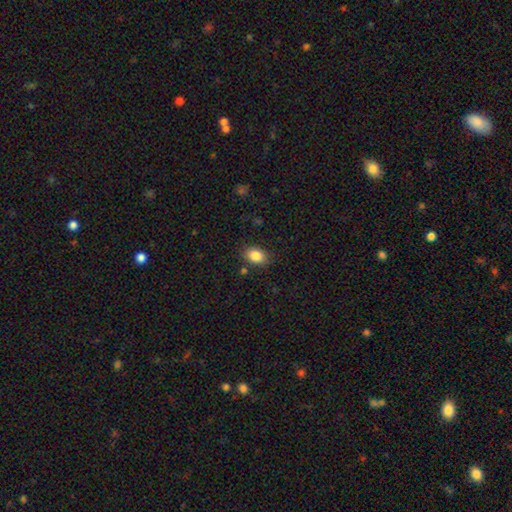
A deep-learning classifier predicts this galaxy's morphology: type=smooth (86%); roundness=in between (80%); merging=none (84%).